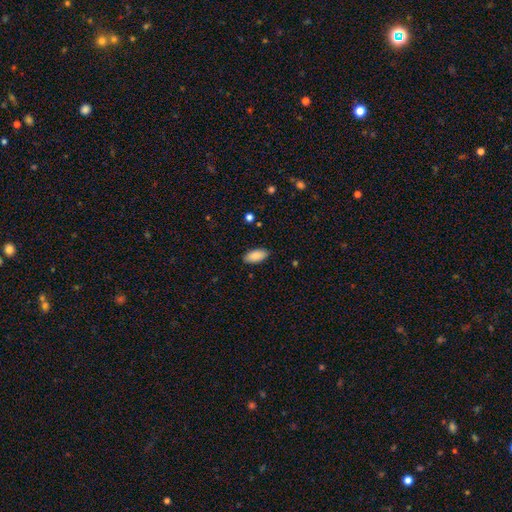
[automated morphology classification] Smooth or featured? smooth (88%)
How rounded? in between (91%)
Merging? none (87%)